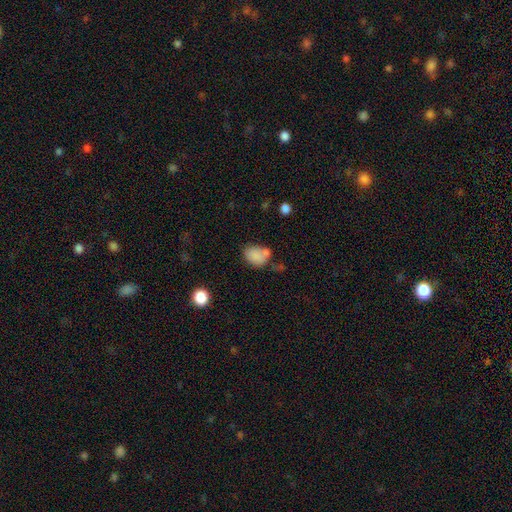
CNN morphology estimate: Smooth or featured: smooth — 81% (star or artifact — 10%)
How rounded: in between — 66% (round — 33%)
Merging: none — 44% (merger — 24%)